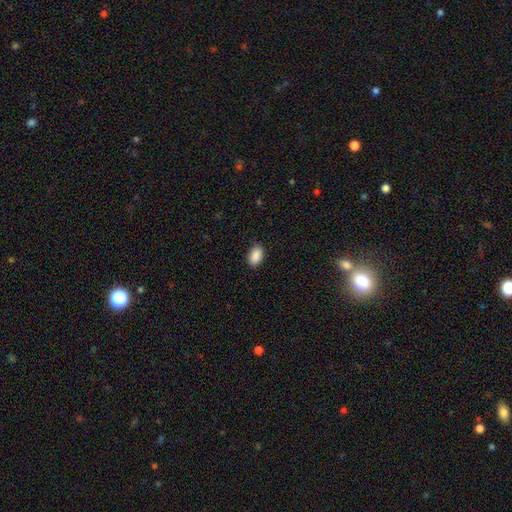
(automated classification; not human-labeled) The model was most divided on "merging": none: 86%, minor disturbance: 11%, major disturbance: 2%, merger: 1%. More confident: how rounded — in between (91%); smooth or featured — smooth (90%).